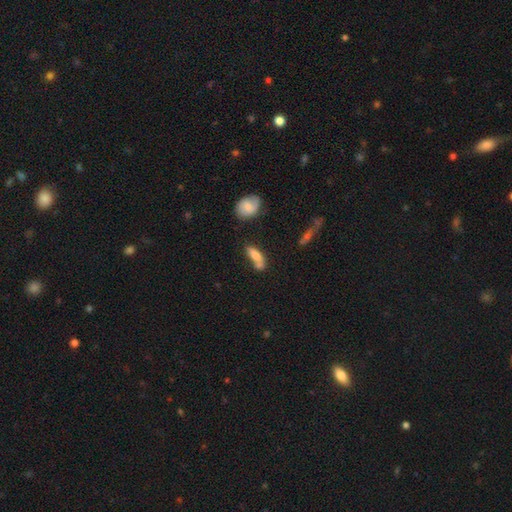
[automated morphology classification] A smooth galaxy with no disk features (73%) that is in between round and cigar-shaped (65%).

Vote fractions:
- Smooth or featured? smooth: 73% / featured or disk: 19% / star or artifact: 8%
- How rounded? in between: 65% / cigar-shaped: 32% / round: 4%
- Merging? none: 38% / merger: 34% / minor disturbance: 19% / major disturbance: 9%